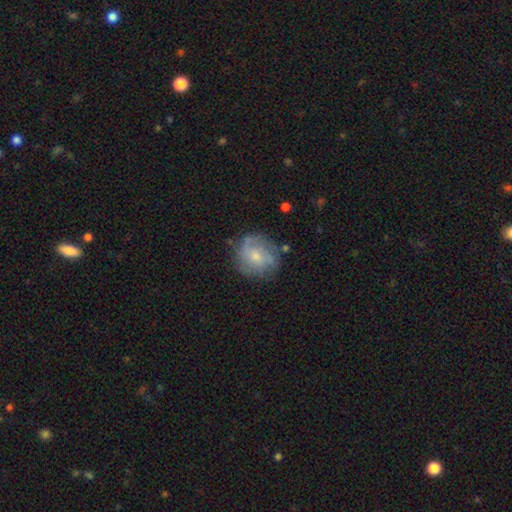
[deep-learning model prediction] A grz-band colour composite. It shows a featured or disk galaxy (50%). Merging: none (68%).